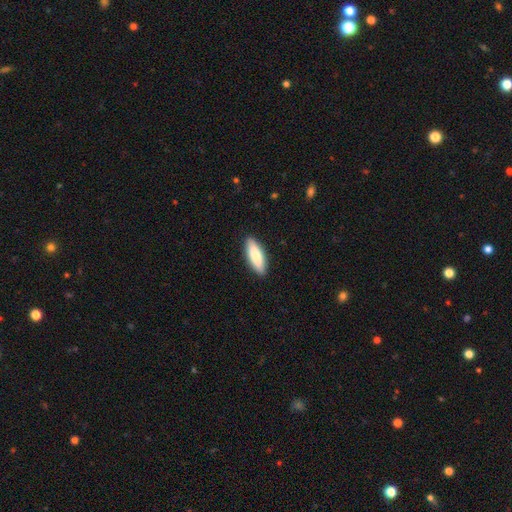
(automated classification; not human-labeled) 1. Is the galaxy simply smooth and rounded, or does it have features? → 80% smooth, 15% featured or disk, 5% star or artifact.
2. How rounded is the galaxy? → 60% in between, 38% cigar-shaped, 2% round.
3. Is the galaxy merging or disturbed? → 90% none, 8% minor disturbance, 2% major disturbance, 1% merger.